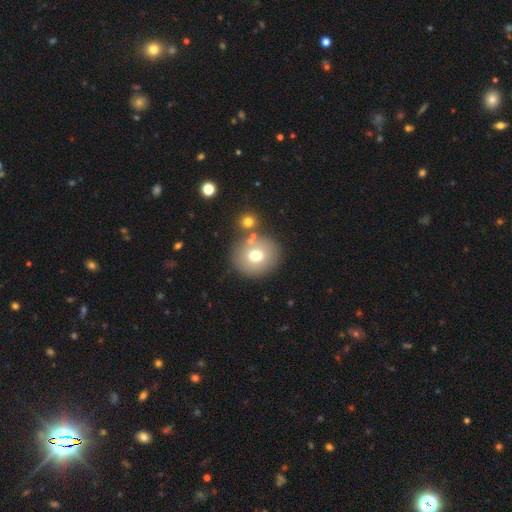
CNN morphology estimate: Smooth or featured: smooth — 70% (featured or disk — 19%)
How rounded: round — 84% (in between — 15%)
Merging: none — 77% (merger — 10%)